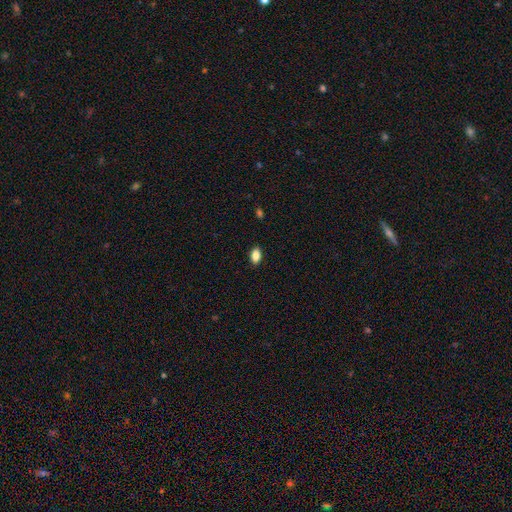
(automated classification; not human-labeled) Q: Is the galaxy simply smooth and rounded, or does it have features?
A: smooth — 87%.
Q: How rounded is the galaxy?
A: in between — 91%.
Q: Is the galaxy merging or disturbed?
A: none — 89%.